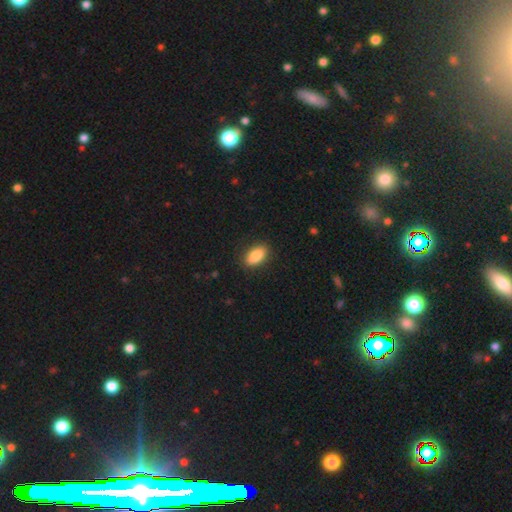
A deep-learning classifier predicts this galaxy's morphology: Q: Smooth or featured?
A: smooth (87%); runner-up: star or artifact (7%)
Q: How rounded?
A: in between (91%); runner-up: cigar-shaped (5%)
Q: Merging?
A: none (88%); runner-up: minor disturbance (9%)